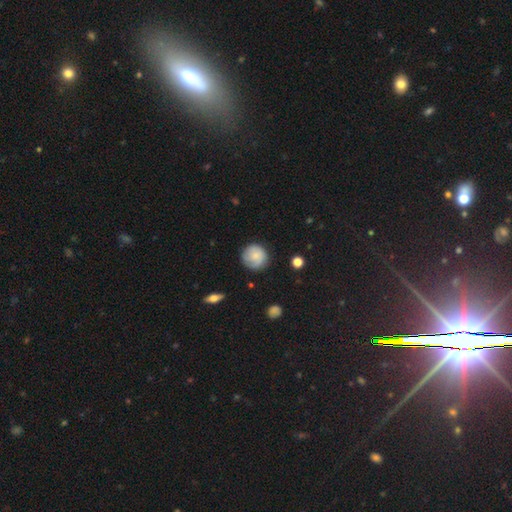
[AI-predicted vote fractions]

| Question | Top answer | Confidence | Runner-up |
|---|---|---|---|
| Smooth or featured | smooth | 65% | featured or disk (28%) |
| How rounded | round | 91% | in between (8%) |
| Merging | none | 75% | minor disturbance (19%) |